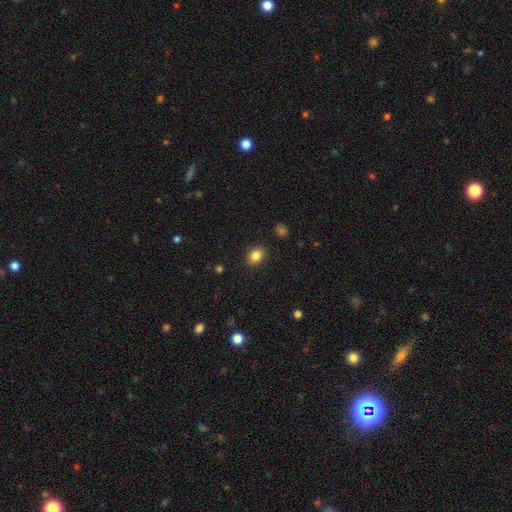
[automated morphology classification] Q: Smooth or featured?
A: smooth (85%); runner-up: star or artifact (10%)
Q: How rounded?
A: in between (60%); runner-up: round (39%)
Q: Merging?
A: none (89%); runner-up: minor disturbance (7%)